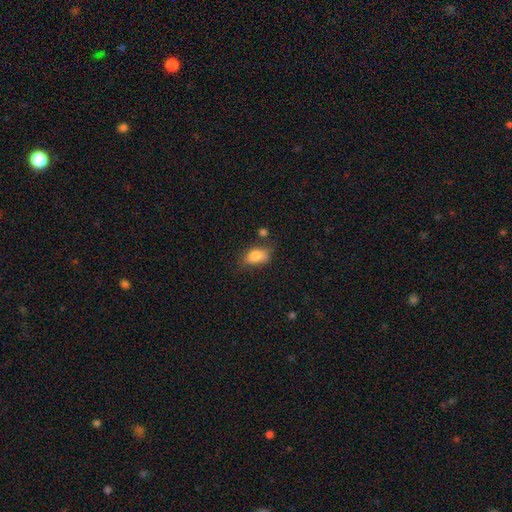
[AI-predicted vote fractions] Smooth or featured: smooth — 81% (featured or disk — 11%)
How rounded: in between — 86% (round — 10%)
Merging: none — 60% (minor disturbance — 26%)